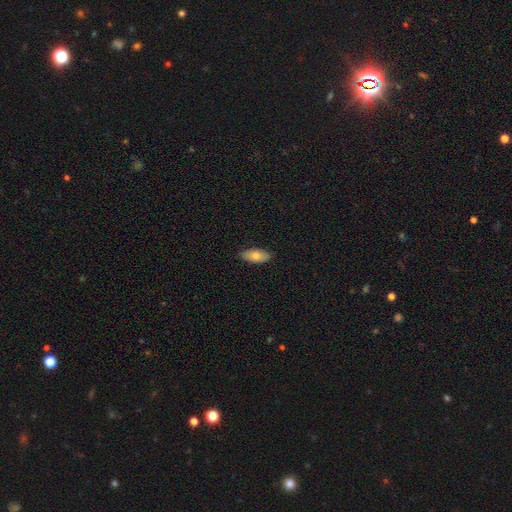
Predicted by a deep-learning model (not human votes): smooth_or_featured: smooth (p=0.73) [alt: featured or disk p=0.20]
how_rounded: in between (p=0.86) [alt: cigar-shaped p=0.12]
merging: none (p=0.87) [alt: minor disturbance p=0.10]